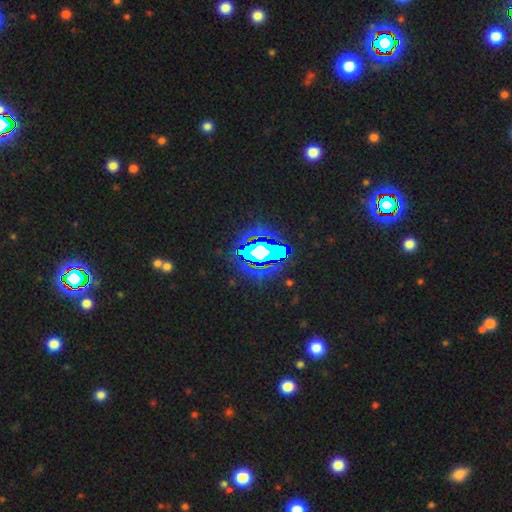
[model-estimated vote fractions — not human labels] Smooth or featured? Predicted: star or artifact (p=0.72).